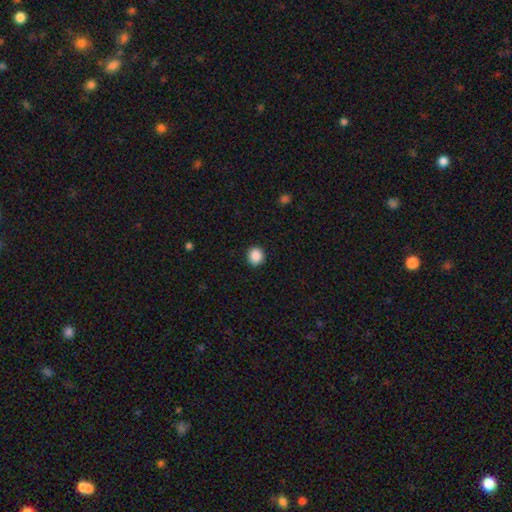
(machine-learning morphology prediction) Smooth or featured: smooth — 89% (star or artifact — 9%)
How rounded: round — 83% (in between — 16%)
Merging: none — 91% (minor disturbance — 6%)